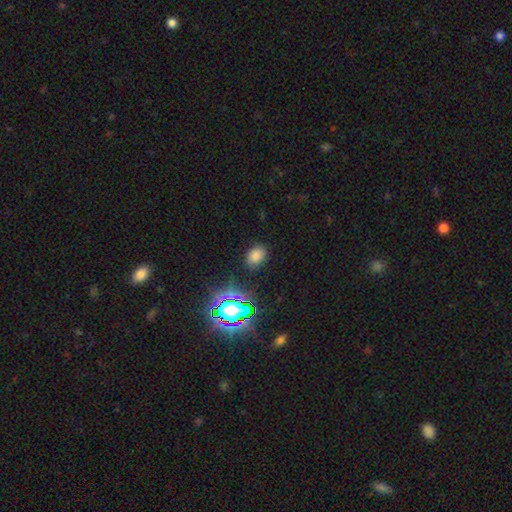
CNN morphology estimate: type=smooth (73%); roundness=in between (71%); merging=none (83%).